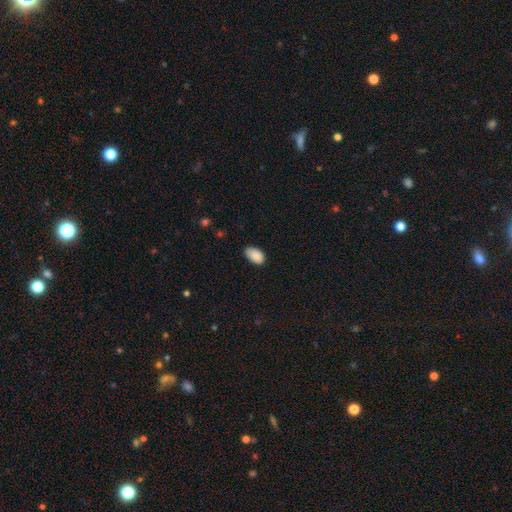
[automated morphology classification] This appears to be a smooth galaxy with no disk features (89%) that is in between round and cigar-shaped (94%). Merging: none (74%).